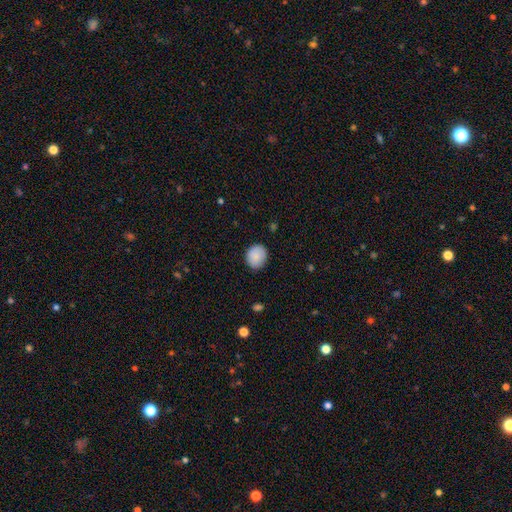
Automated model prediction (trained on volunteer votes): A smooth galaxy with no disk features (87%) that is round (66%).

Vote fractions:
- Smooth or featured? smooth: 87% / star or artifact: 7% / featured or disk: 6%
- How rounded? round: 66% / in between: 33% / cigar-shaped: 1%
- Merging? none: 85% / minor disturbance: 12% / major disturbance: 2% / merger: 1%